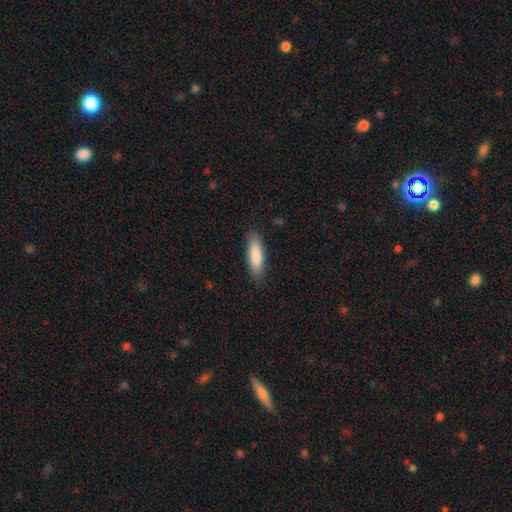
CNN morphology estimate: Smooth or featured?
  - smooth: 85% *
  - featured or disk: 9%
  - star or artifact: 6%
How rounded?
  - cigar-shaped: 51% *
  - in between: 48%
  - round: 1%
Merging?
  - none: 86% *
  - minor disturbance: 11%
  - major disturbance: 2%
  - merger: 1%